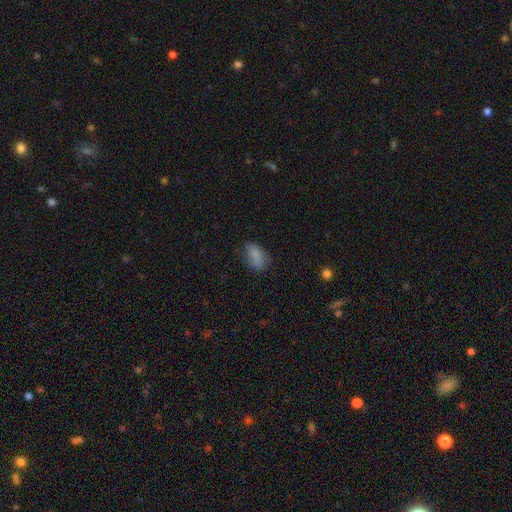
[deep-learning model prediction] smooth 81%, star or artifact 10%, featured or disk 9%. Down the decision tree: how rounded — in between (88%); merging — none (60%).